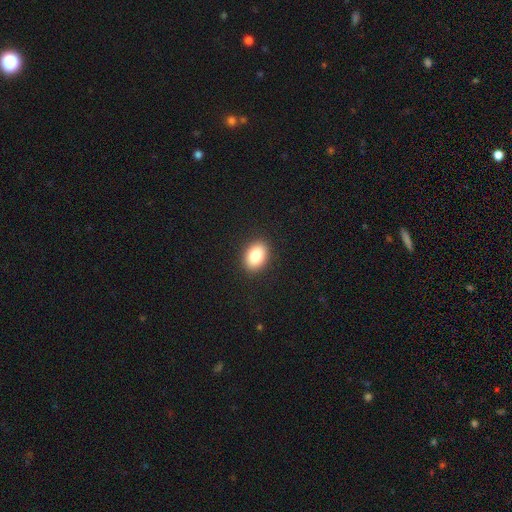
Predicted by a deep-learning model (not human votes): Smooth or featured? smooth (85%)
How rounded? in between (77%)
Merging? none (90%)